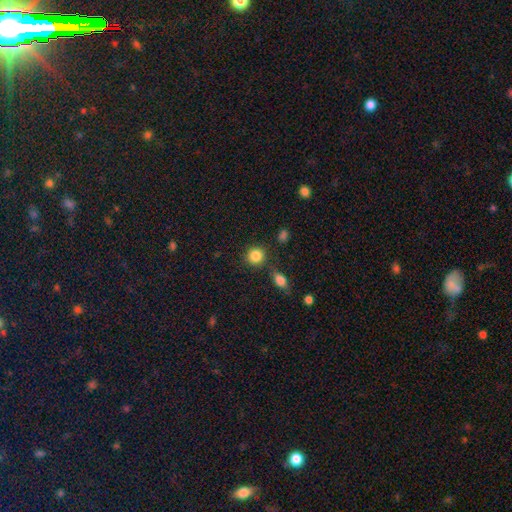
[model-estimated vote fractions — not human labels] Morphology: type=smooth (85%); roundness=round (88%); merging=none (80%).